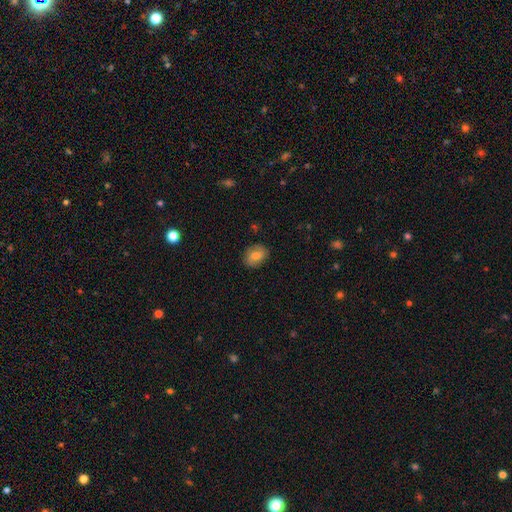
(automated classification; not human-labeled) smooth_or_featured: smooth (p=0.74) [alt: featured or disk p=0.18]
how_rounded: in between (p=0.59) [alt: round p=0.40]
merging: none (p=0.83) [alt: minor disturbance p=0.13]